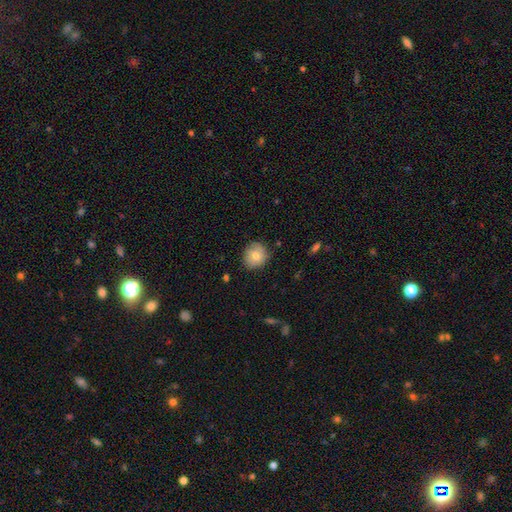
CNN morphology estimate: This appears to be a smooth galaxy with no disk features (76%) that is round (84%). Merging: none (82%).